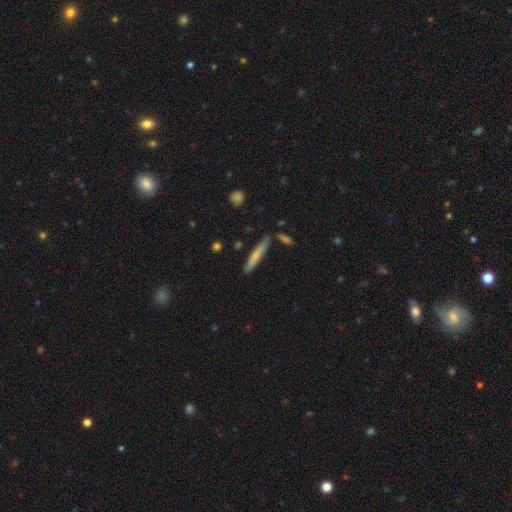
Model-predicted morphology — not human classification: Smooth or featured: smooth — 63% (featured or disk — 32%)
How rounded: cigar-shaped — 92% (in between — 6%)
Merging: none — 81% (minor disturbance — 12%)